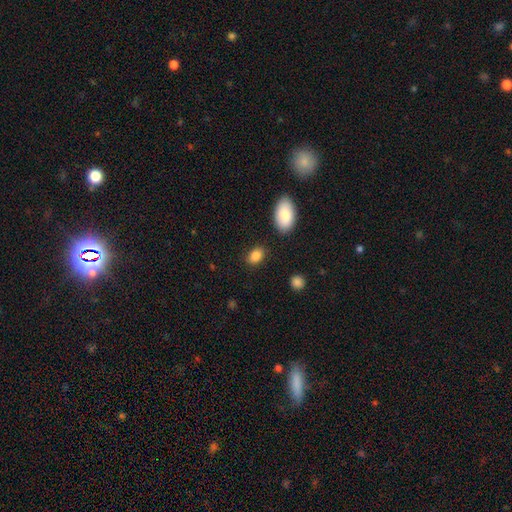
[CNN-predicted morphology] The model was most divided on "how rounded": in between: 83%, round: 15%, cigar-shaped: 2%. More confident: smooth or featured — smooth (86%); merging — none (84%).